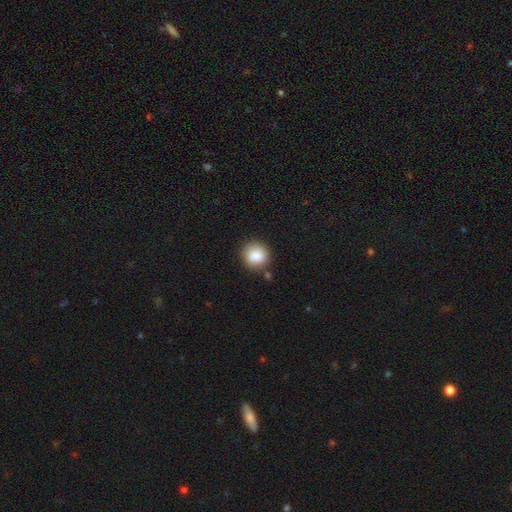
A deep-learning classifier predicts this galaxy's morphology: Smooth or featured: smooth — 86% (star or artifact — 8%)
How rounded: round — 88% (in between — 11%)
Merging: none — 79% (minor disturbance — 13%)